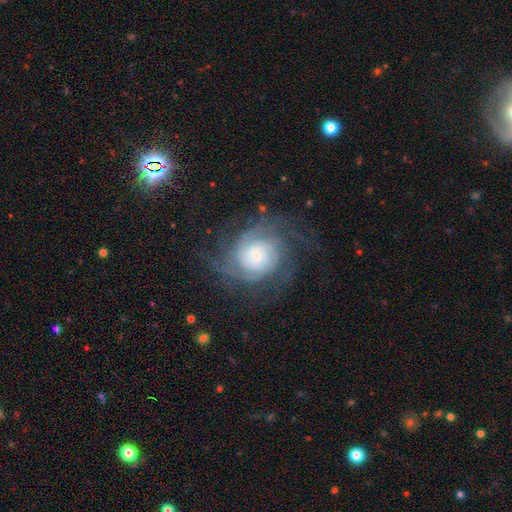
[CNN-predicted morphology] smooth-or-featured: featured or disk: 80% | smooth: 12% | star or artifact: 8%
  disk-edge-on: no: 98% | yes: 2%
    bar: no: 72% | weak: 23% | strong: 5%
    has-spiral-arms: yes: 96% | no: 4%
      spiral-winding: tight: 65% | medium: 27% | loose: 8%
      spiral-arm-count: can't tell: 34% | 2: 17% | 3: 17% | 4: 15% | more than 4: 9% | 1: 7%
    bulge-size: small: 59% | moderate: 22% | large: 12% | none: 4% | dominant: 3%
  merging: none: 69% | minor disturbance: 16% | major disturbance: 14% | merger: 1%